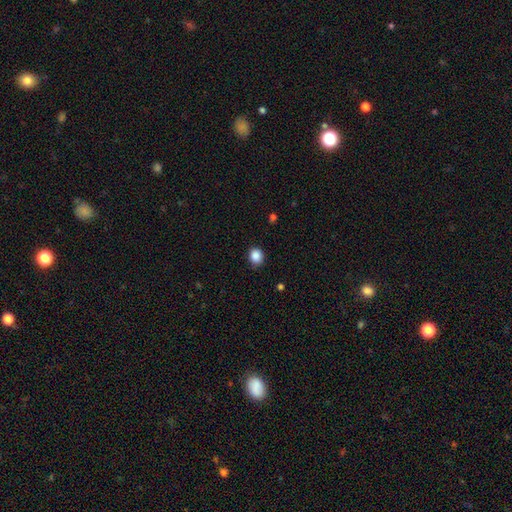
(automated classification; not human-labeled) The model was most divided on "how rounded": round: 70%, in between: 29%, cigar-shaped: 1%. More confident: smooth or featured — smooth (88%); merging — none (84%).